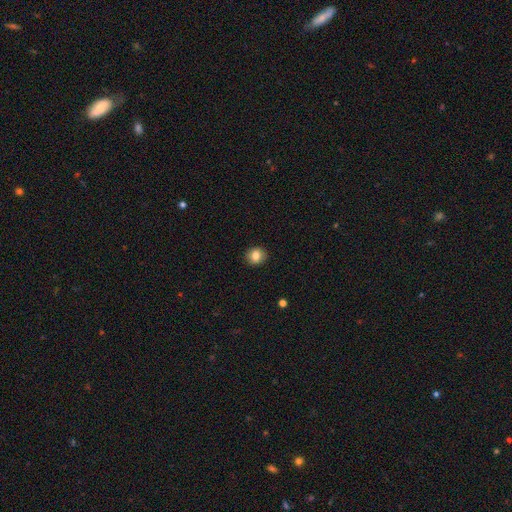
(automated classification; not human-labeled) A smooth galaxy with no disk features (83%) that is round (80%). Merging: none (91%).